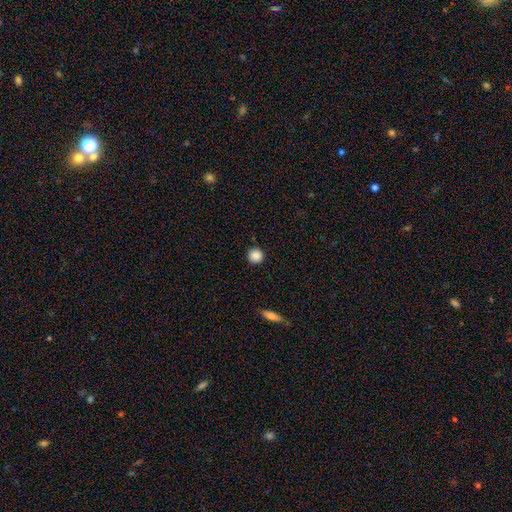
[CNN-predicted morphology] A smooth galaxy with no disk features (88%) that is round (95%).

Vote fractions:
- Smooth or featured? smooth: 88% / star or artifact: 9% / featured or disk: 3%
- How rounded? round: 95% / in between: 4% / cigar-shaped: 1%
- Merging? none: 91% / minor disturbance: 6% / major disturbance: 2% / merger: 1%